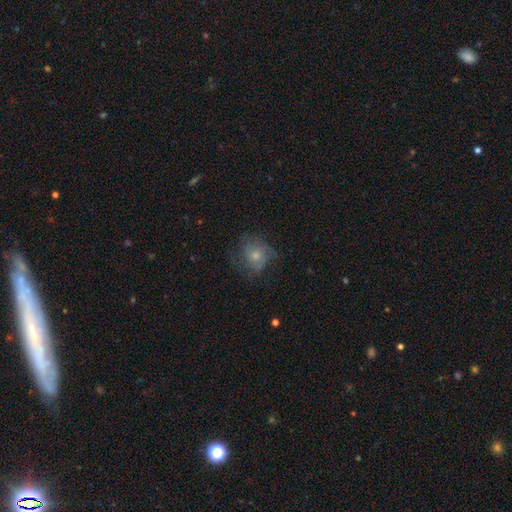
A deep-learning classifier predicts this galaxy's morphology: A featured or disk galaxy (50%).

Vote fractions:
- Smooth or featured? featured or disk: 50% / smooth: 39% / star or artifact: 11%
- Merging? none: 57% / minor disturbance: 23% / major disturbance: 18% / merger: 1%